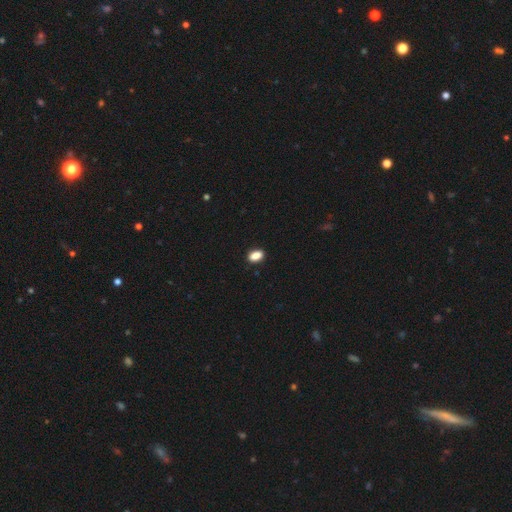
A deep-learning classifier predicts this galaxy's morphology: type=smooth (88%); roundness=in between (88%); merging=none (89%).